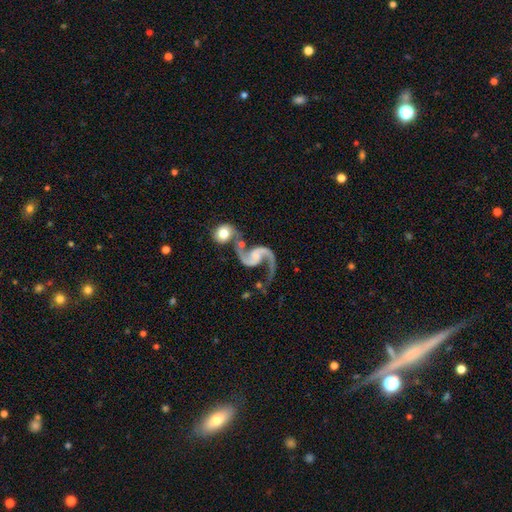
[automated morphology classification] Overall: featured or disk (92%). Edge-on disk: no (98%). Bar: no (53%; weak 34%). Spiral arms: yes (98%). Spiral arm count: 2 (93%). Spiral winding: loose (71%). Bulge size: small (40%; none 32%). Merging: merger (39%; none 35%).